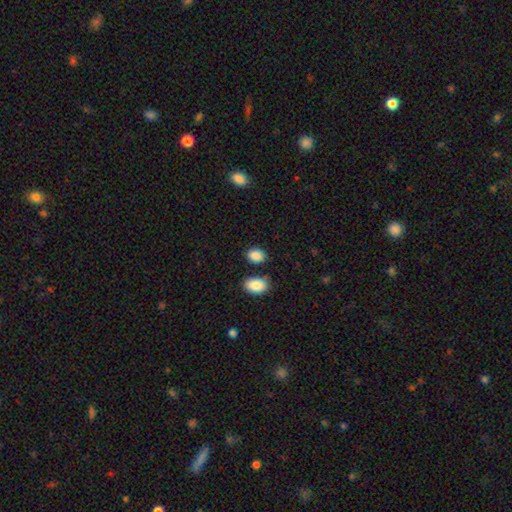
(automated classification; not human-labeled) smooth_or_featured: smooth (p=0.88) [alt: star or artifact p=0.08]
how_rounded: in between (p=0.72) [alt: round p=0.27]
merging: none (p=0.75) [alt: minor disturbance p=0.13]